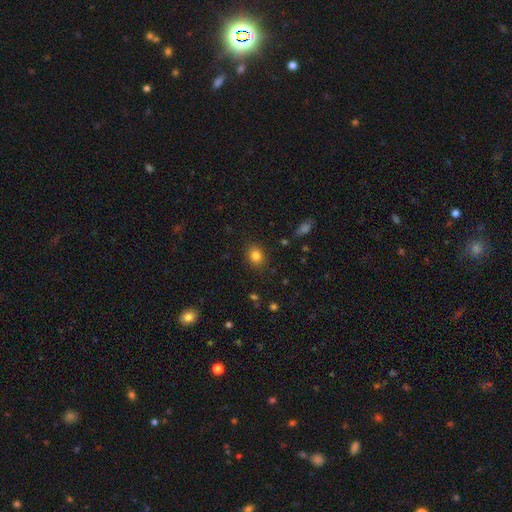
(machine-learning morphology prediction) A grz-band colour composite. It shows a smooth galaxy with no disk features (82%) that is in between round and cigar-shaped (50%). Merging: none (86%).